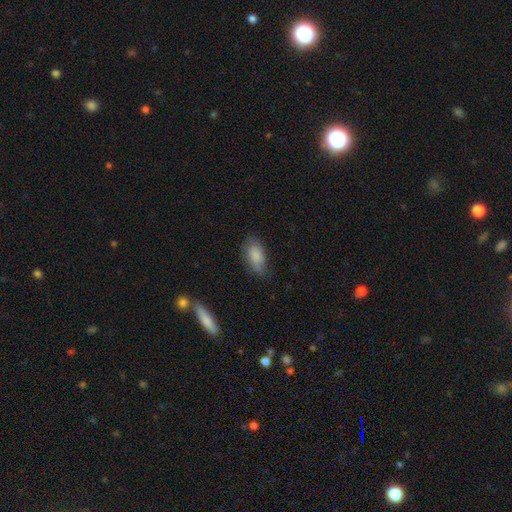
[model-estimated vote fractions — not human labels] smooth 80%, featured or disk 13%, star or artifact 7%. Down the decision tree: how rounded — in between (92%); merging — none (70%).